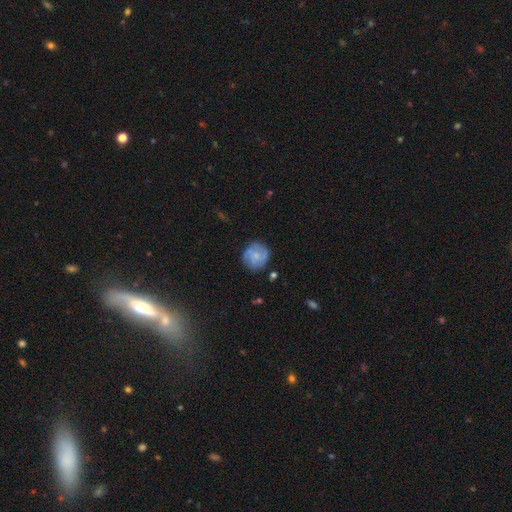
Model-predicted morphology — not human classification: Smooth or featured: featured or disk — 51% (smooth — 42%)
Edge-on disk: no — 98% (yes — 2%)
Merging: none — 75% (minor disturbance — 17%)